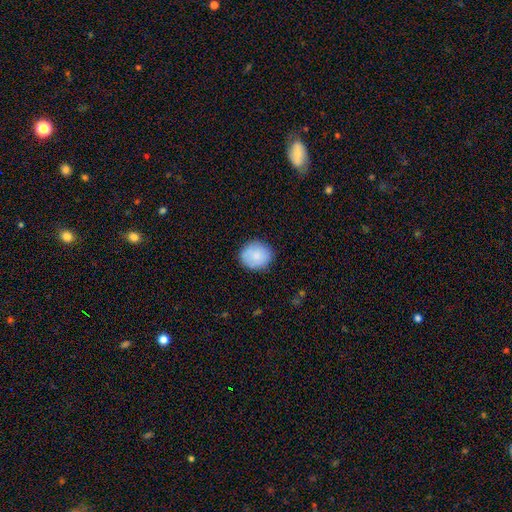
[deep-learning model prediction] smooth-or-featured: smooth: 85% | featured or disk: 8% | star or artifact: 7%
  how-rounded: round: 78% | in between: 21% | cigar-shaped: 1%
  merging: none: 85% | minor disturbance: 11% | major disturbance: 2% | merger: 1%